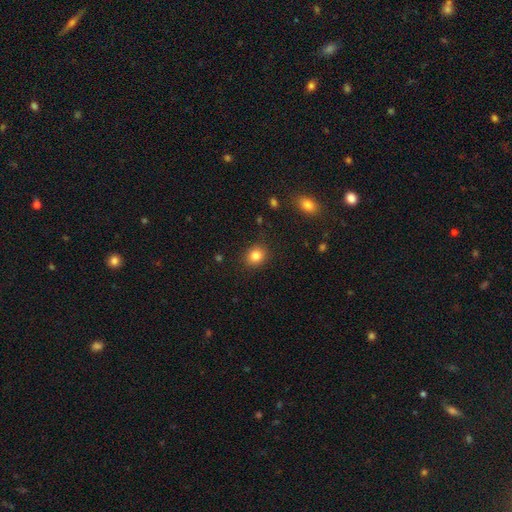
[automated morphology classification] smooth-or-featured: smooth: 83% | star or artifact: 11% | featured or disk: 6%
  how-rounded: round: 73% | in between: 26% | cigar-shaped: 1%
  merging: none: 89% | minor disturbance: 8% | major disturbance: 2% | merger: 1%